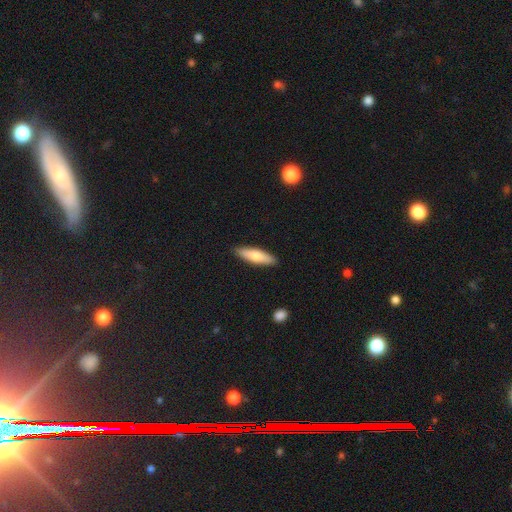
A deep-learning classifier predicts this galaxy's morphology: A smooth galaxy with no disk features (73%) that is cigar-shaped (63%). Merging: none (89%).